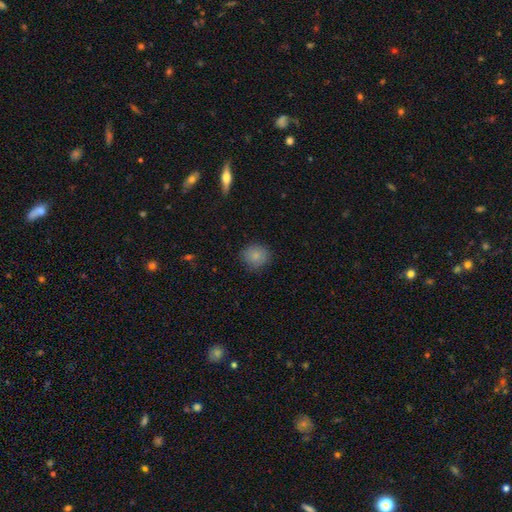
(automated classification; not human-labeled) smooth-or-featured: smooth: 85% | star or artifact: 9% | featured or disk: 6%
  how-rounded: round: 85% | in between: 14% | cigar-shaped: 1%
  merging: none: 84% | minor disturbance: 12% | major disturbance: 3% | merger: 1%